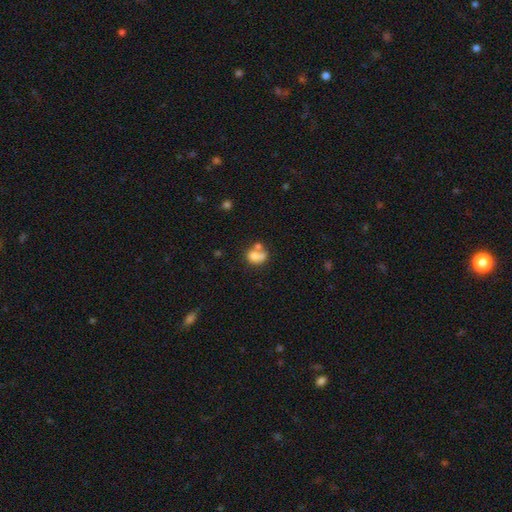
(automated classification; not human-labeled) smooth-or-featured: smooth: 70% | featured or disk: 19% | star or artifact: 11%
  how-rounded: in between: 52% | round: 47% | cigar-shaped: 1%
  merging: merger: 51% | none: 28% | minor disturbance: 12% | major disturbance: 9%